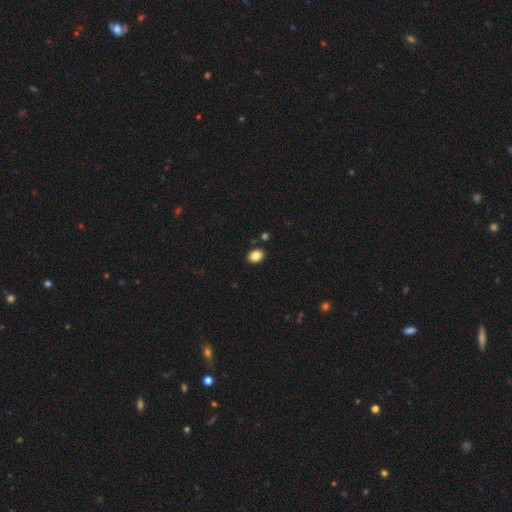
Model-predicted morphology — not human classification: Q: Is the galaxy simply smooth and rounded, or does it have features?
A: smooth — 85%.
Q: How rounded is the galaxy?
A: in between — 70%.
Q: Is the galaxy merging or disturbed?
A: none — 88%.